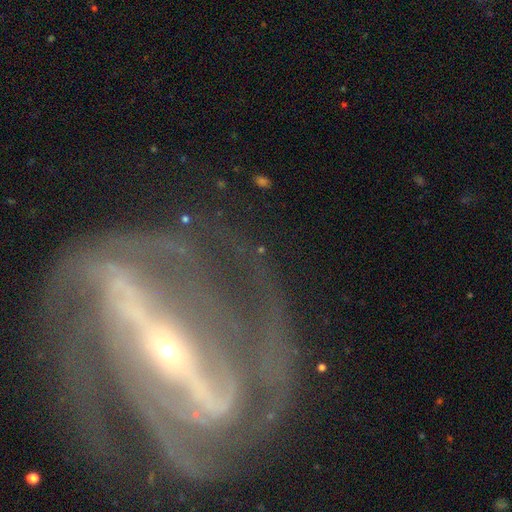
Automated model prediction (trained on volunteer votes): A featured or disk galaxy (86%) with a strong bar (79%), 2 (47%) tight (46%) spiral arms (84%) and a small central bulge (81%). Merging: none (61%).